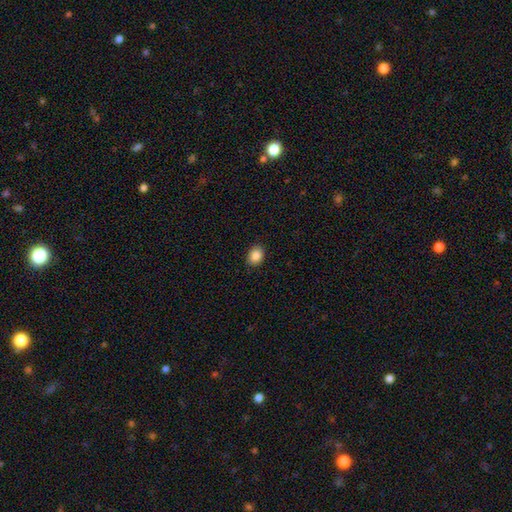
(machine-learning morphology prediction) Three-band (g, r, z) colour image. It shows a smooth galaxy with no disk features (87%) that is in between round and cigar-shaped (59%). Merging: none (89%).